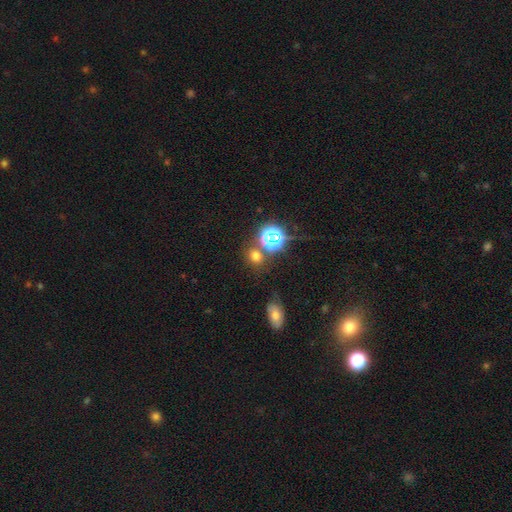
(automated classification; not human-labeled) This is likely a smooth galaxy (61%). How rounded: likely round (71%). Merging: likely none (75%).